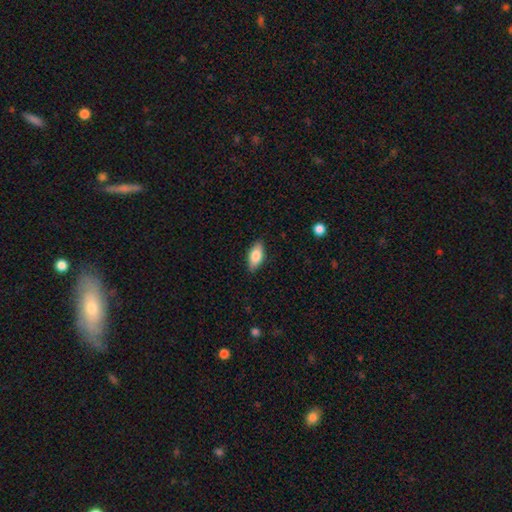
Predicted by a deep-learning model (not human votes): Morphology: type=smooth (80%); roundness=in between (87%); merging=none (87%).